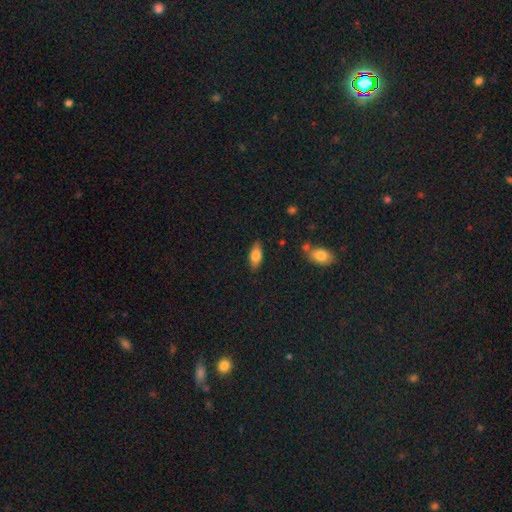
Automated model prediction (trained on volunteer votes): Smooth or featured? smooth (74%)
How rounded? in between (83%)
Merging? none (84%)